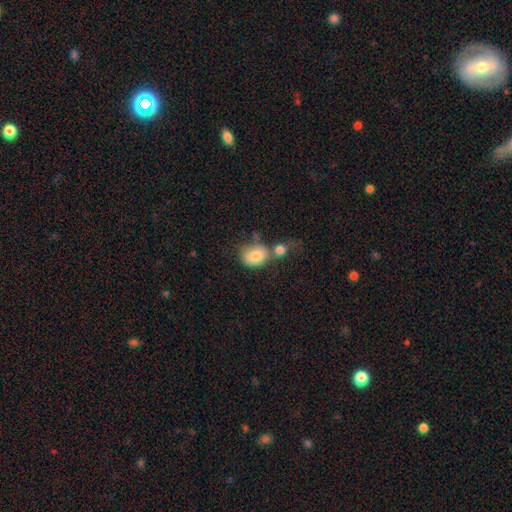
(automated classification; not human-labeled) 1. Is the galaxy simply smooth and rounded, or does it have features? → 80% smooth, 11% featured or disk, 8% star or artifact.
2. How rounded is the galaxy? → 62% in between, 37% round, 1% cigar-shaped.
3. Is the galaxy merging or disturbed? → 45% merger, 29% none, 15% minor disturbance, 11% major disturbance.